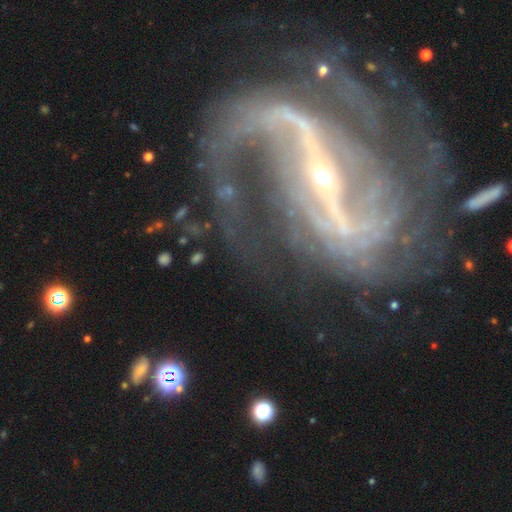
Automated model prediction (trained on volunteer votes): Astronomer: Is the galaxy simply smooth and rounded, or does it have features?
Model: featured or disk — 92%.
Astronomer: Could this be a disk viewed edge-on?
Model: no — 96%.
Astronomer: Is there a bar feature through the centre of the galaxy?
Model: strong — 78%.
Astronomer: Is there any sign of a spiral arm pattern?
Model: yes — 96%.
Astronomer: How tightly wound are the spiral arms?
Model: medium — 44% (runner-up: loose, 36%).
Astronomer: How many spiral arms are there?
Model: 2 — 67%.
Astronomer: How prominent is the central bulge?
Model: small — 88%.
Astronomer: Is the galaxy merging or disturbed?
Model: none — 54%.